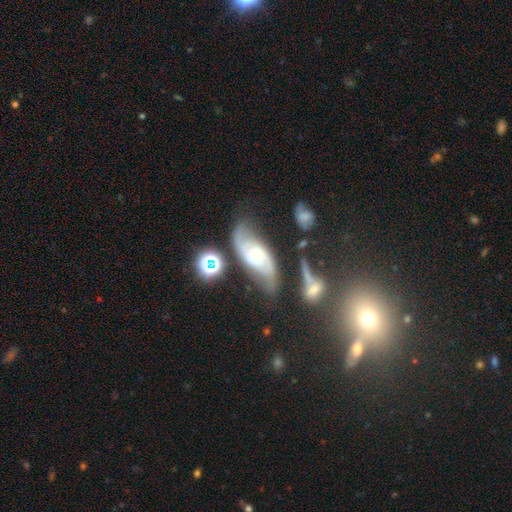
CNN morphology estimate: This appears to be a featured or disk galaxy (78%) with no bar (57%), 2 (86%) medium (48%) spiral arms (95%) and a small central bulge (50%). Merging: none (58%).